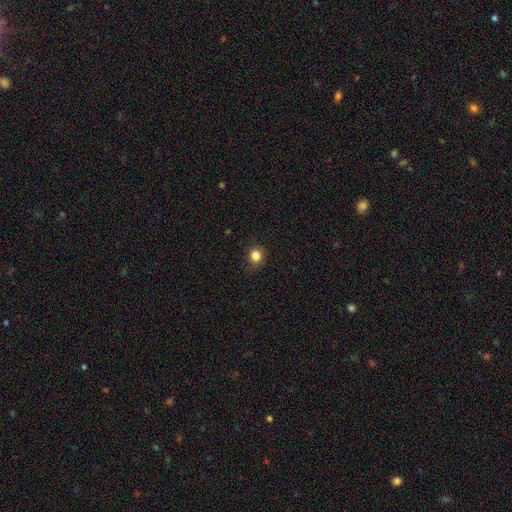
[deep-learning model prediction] smooth 84%, star or artifact 12%, featured or disk 4%. Down the decision tree: how rounded — round (84%); merging — none (88%).